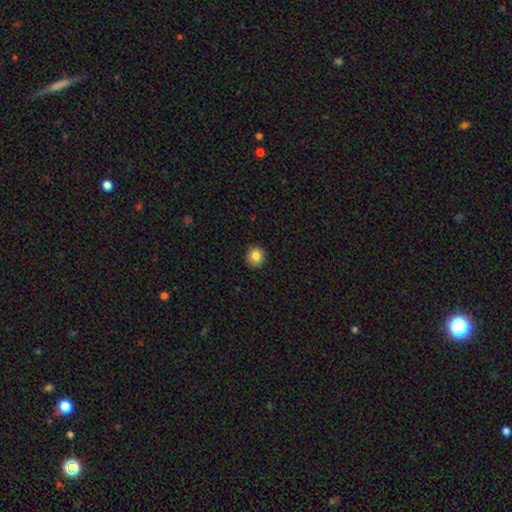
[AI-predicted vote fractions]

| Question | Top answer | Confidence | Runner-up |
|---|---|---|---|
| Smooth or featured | smooth | 85% | star or artifact (10%) |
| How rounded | round | 91% | in between (8%) |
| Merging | none | 92% | minor disturbance (6%) |